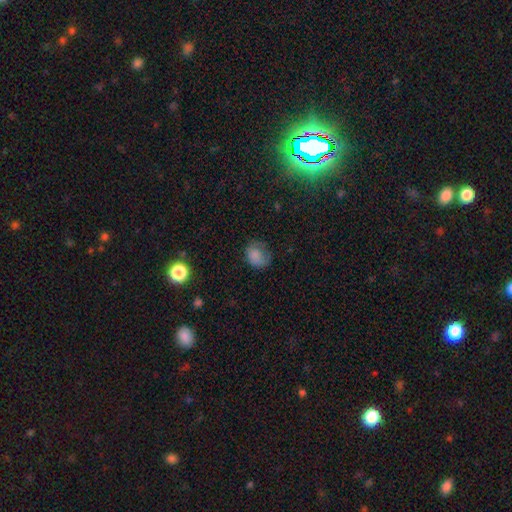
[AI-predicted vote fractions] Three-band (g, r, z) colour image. It shows a smooth galaxy with no disk features (78%) that is round (61%). Merging: none (53%).